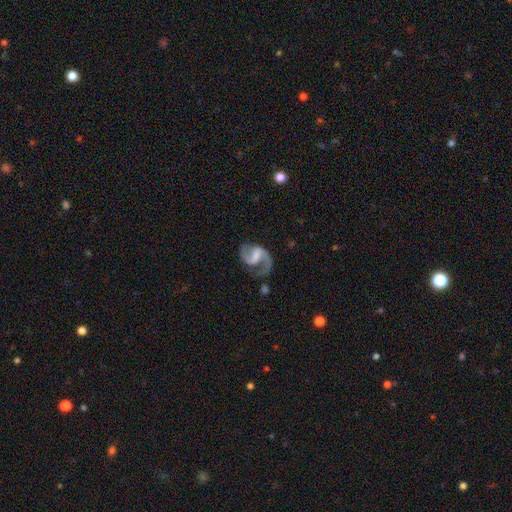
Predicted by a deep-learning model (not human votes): Morphology: type=featured or disk (89%); edge-on=no (98%); bar=weak (50%); spiral arms=yes (97%); winding=medium (55%); arm count=2 (89%); bulge=none (44%); merging=none (67%).